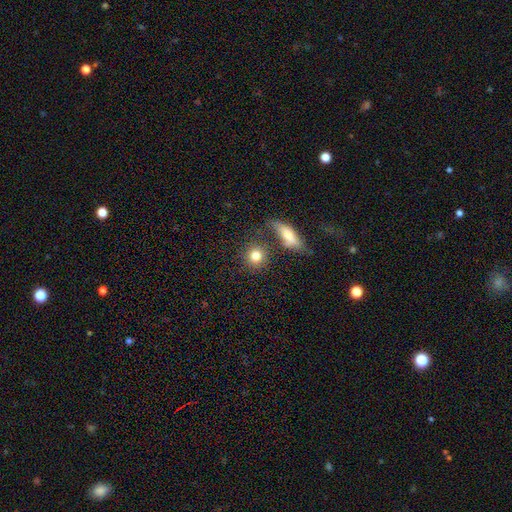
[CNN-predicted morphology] smooth 79%, featured or disk 11%, star or artifact 10%. Down the decision tree: how rounded — round (84%); merging — none (73%).